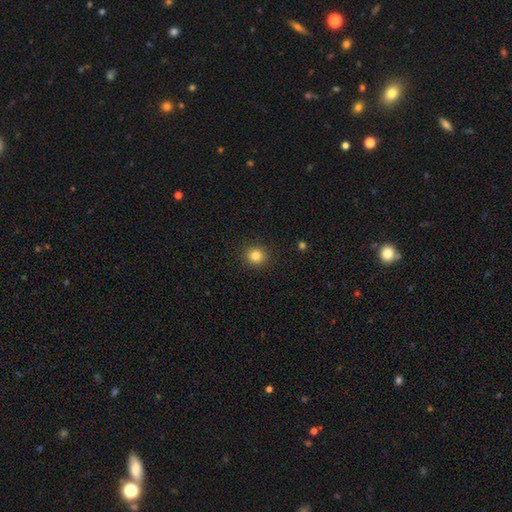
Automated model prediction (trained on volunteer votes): smooth-or-featured: smooth: 83% | star or artifact: 11% | featured or disk: 6%
  how-rounded: round: 88% | in between: 11% | cigar-shaped: 1%
  merging: none: 91% | minor disturbance: 6% | major disturbance: 2% | merger: 1%